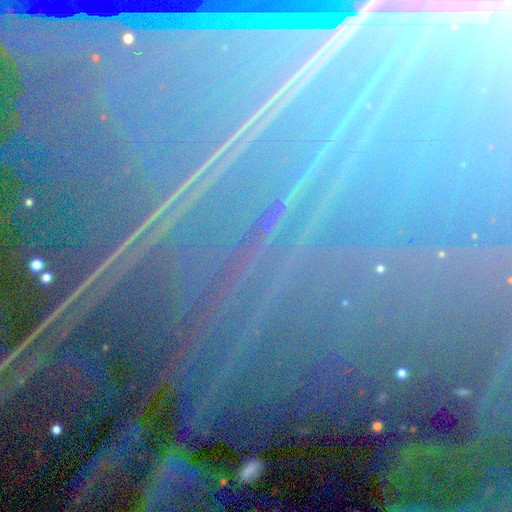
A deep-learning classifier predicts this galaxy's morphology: This appears to be a star or artifact, not a galaxy (89%).